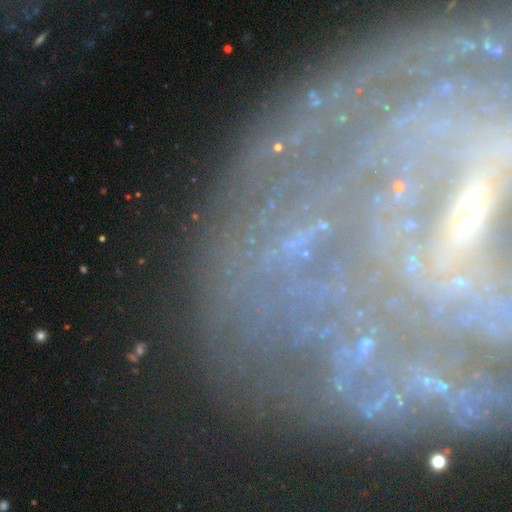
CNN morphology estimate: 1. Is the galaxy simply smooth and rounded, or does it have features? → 72% featured or disk, 16% star or artifact, 12% smooth.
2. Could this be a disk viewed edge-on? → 90% no, 10% yes.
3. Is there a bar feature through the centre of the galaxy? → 38% strong, 31% no, 30% weak.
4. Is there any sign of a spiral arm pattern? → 69% yes, 31% no.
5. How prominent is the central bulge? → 43% small, 35% moderate, 11% none, 8% large, 3% dominant.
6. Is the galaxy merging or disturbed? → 63% none, 17% minor disturbance, 14% major disturbance, 6% merger.